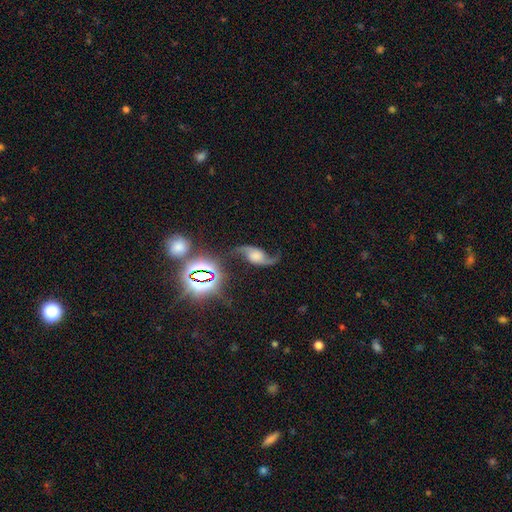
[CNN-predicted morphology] A featured or disk galaxy (80%) with no bar (65%), 2 (93%) loose (87%) spiral arms (96%) and no central bulge (27%). Merging: none (68%).